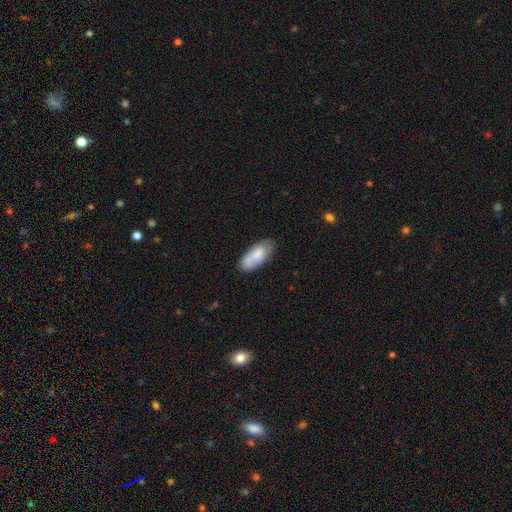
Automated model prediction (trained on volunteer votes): smooth_or_featured: smooth (p=0.75) [alt: featured or disk p=0.19]
how_rounded: in between (p=0.86) [alt: cigar-shaped p=0.12]
merging: none (p=0.67) [alt: minor disturbance p=0.22]